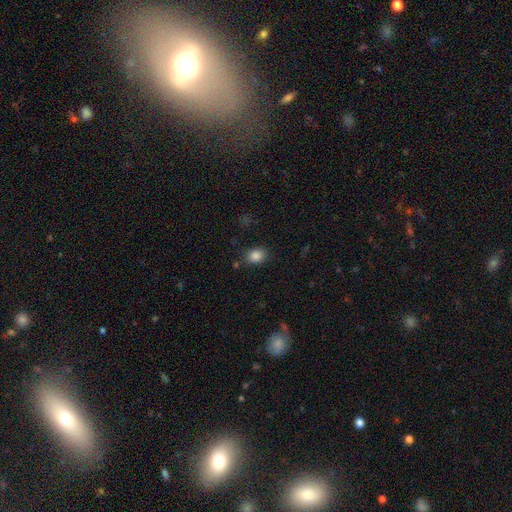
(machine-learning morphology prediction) A smooth galaxy with no disk features (85%) that is in between round and cigar-shaped (55%).

Vote fractions:
- Smooth or featured? smooth: 85% / star or artifact: 10% / featured or disk: 5%
- How rounded? in between: 55% / round: 44% / cigar-shaped: 1%
- Merging? none: 80% / minor disturbance: 13% / major disturbance: 4% / merger: 3%